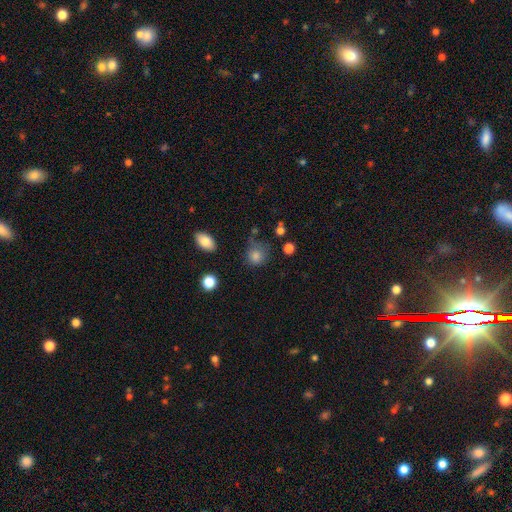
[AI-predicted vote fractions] Smooth or featured: smooth — 81% (star or artifact — 12%)
How rounded: round — 79% (in between — 20%)
Merging: none — 59% (minor disturbance — 26%)